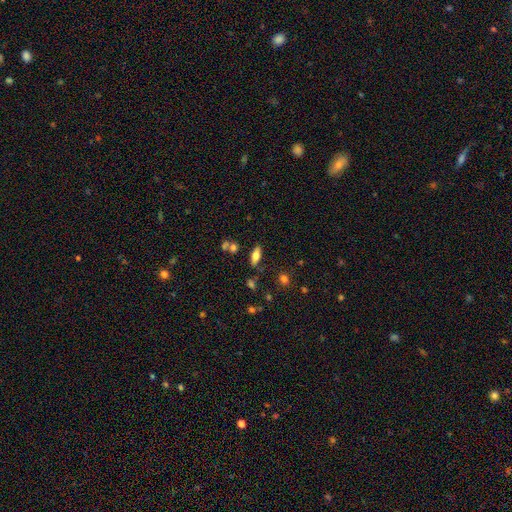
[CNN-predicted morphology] Smooth or featured? smooth (68%)
How rounded? in between (78%)
Merging? none (78%)